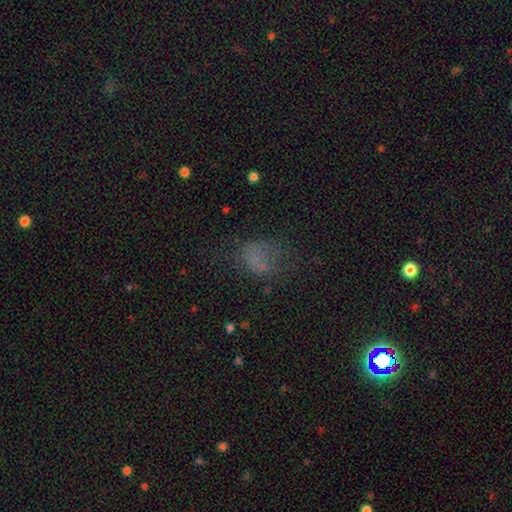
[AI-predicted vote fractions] Smooth or featured?
  - smooth: 53% *
  - star or artifact: 25%
  - featured or disk: 22%
How rounded?
  - in between: 69% *
  - round: 29%
  - cigar-shaped: 2%
Merging?
  - none: 41% *
  - major disturbance: 33%
  - minor disturbance: 22%
  - merger: 4%